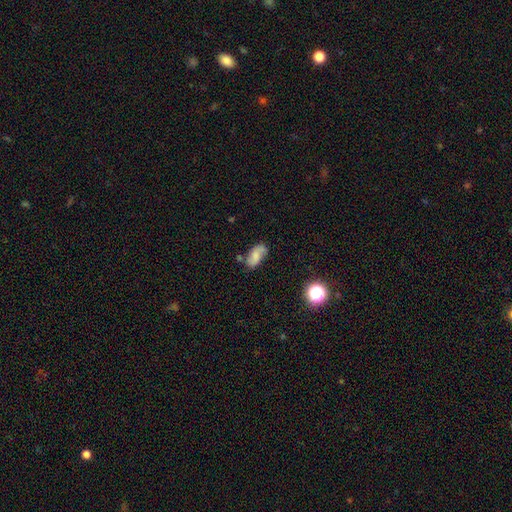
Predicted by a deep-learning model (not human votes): smooth_or_featured: smooth (p=0.47) [alt: featured or disk p=0.42]
merging: none (p=0.62) [alt: minor disturbance p=0.24]